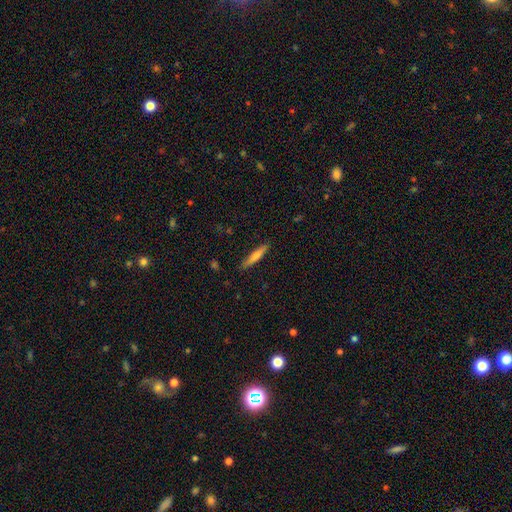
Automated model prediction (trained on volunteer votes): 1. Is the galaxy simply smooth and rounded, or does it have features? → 67% smooth, 27% featured or disk, 6% star or artifact.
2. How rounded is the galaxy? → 90% cigar-shaped, 8% in between, 1% round.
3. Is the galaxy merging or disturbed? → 88% none, 9% minor disturbance, 2% major disturbance, 1% merger.